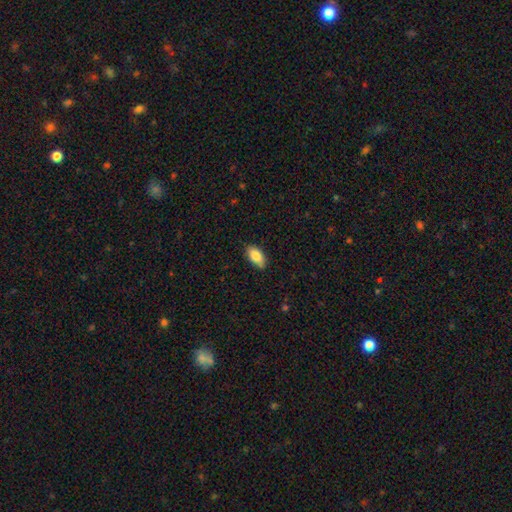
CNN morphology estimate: A smooth galaxy with no disk features (85%) that is in between round and cigar-shaped (93%).

Vote fractions:
- Smooth or featured? smooth: 85% / featured or disk: 8% / star or artifact: 7%
- How rounded? in between: 93% / round: 4% / cigar-shaped: 3%
- Merging? none: 84% / minor disturbance: 12% / major disturbance: 2% / merger: 1%